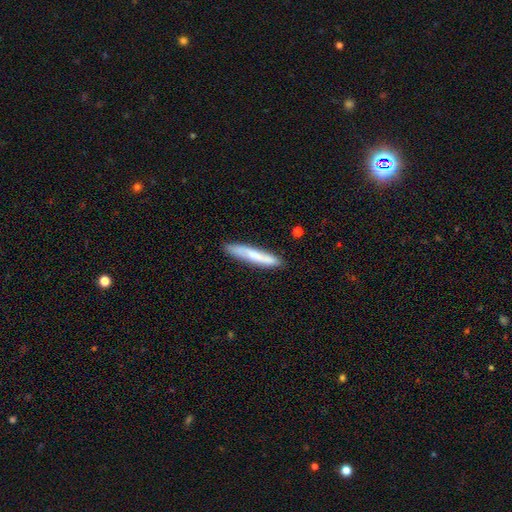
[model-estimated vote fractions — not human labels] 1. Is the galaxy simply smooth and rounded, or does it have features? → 66% smooth, 28% featured or disk, 6% star or artifact.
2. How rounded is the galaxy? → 92% cigar-shaped, 7% in between, 1% round.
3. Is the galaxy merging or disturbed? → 86% none, 11% minor disturbance, 2% major disturbance, 2% merger.